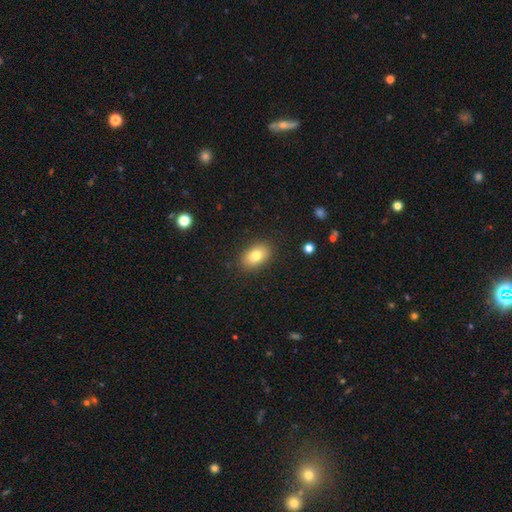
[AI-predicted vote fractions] Morphology: type=smooth (80%); roundness=in between (87%); merging=none (87%).